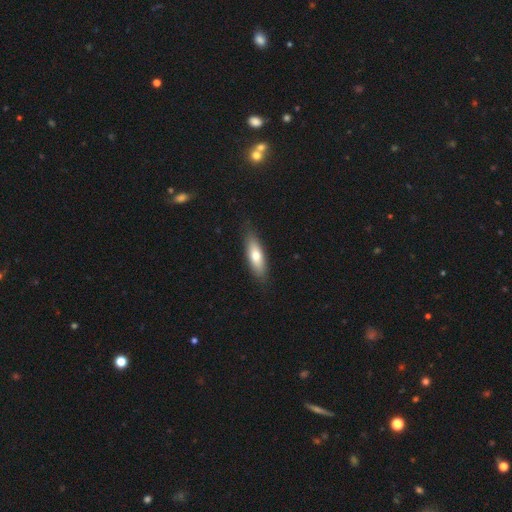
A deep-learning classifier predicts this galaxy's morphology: Smooth or featured? smooth (71%)
How rounded? in between (55%)
Merging? none (85%)